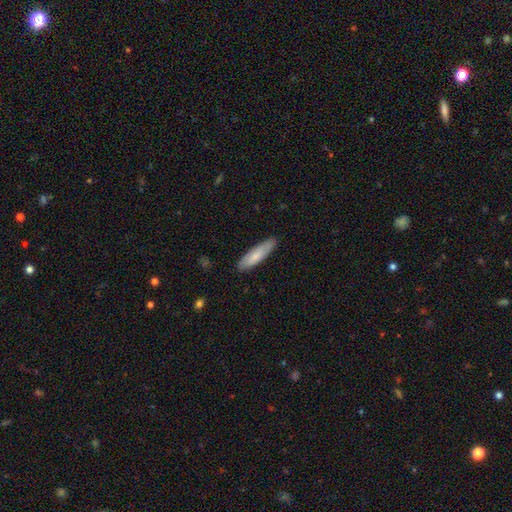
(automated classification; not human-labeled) Morphology: type=smooth (76%); roundness=cigar-shaped (65%); merging=none (85%).